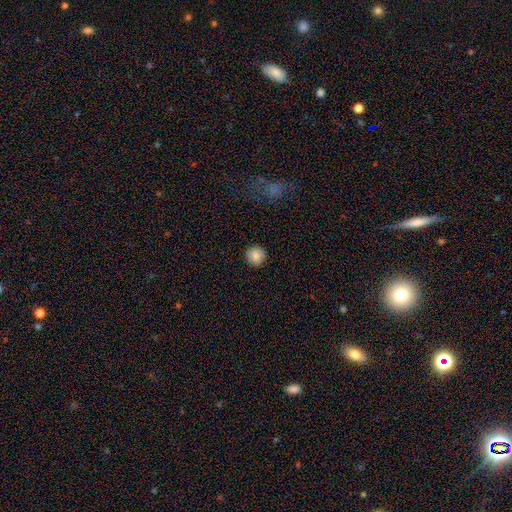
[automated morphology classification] smooth 87%, star or artifact 9%, featured or disk 5%. Down the decision tree: how rounded — round (94%); merging — none (91%).